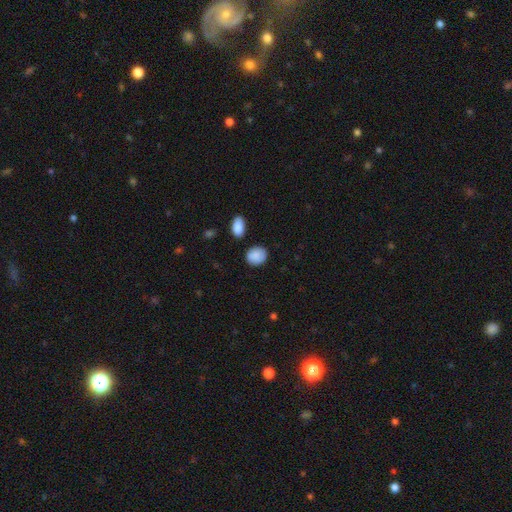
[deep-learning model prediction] Morphology: type=smooth (88%); roundness=round (65%); merging=none (80%).